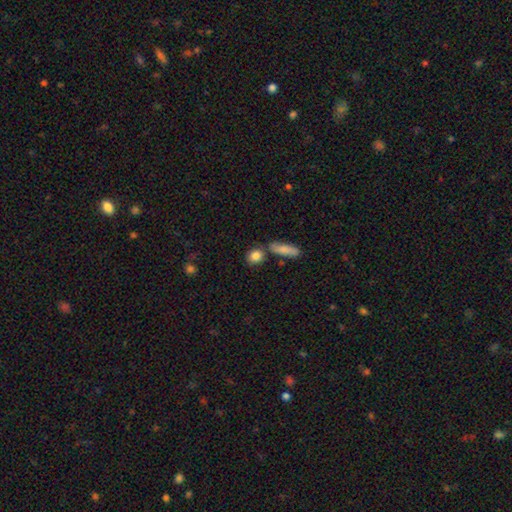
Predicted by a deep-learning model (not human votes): Q: Smooth or featured?
A: smooth (85%); runner-up: star or artifact (8%)
Q: How rounded?
A: round (60%); runner-up: in between (34%)
Q: Merging?
A: none (68%); runner-up: merger (16%)